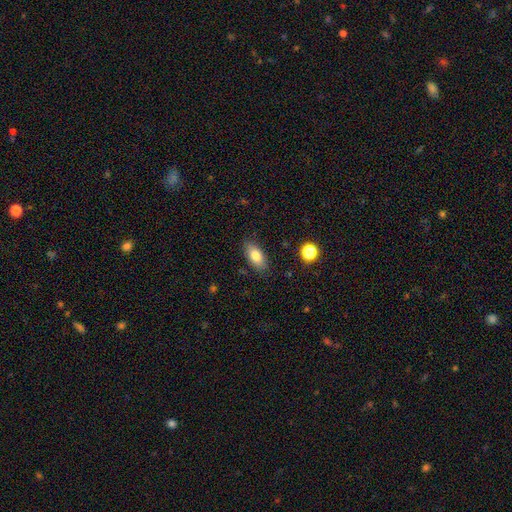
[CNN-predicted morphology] A smooth galaxy with no disk features (80%) that is in between round and cigar-shaped (87%). Merging: none (86%).